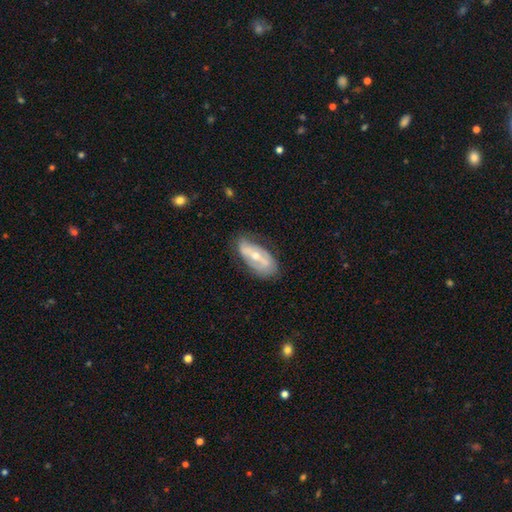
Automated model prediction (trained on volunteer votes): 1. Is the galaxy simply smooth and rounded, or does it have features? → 68% featured or disk, 26% smooth, 6% star or artifact.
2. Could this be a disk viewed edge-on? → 87% no, 13% yes.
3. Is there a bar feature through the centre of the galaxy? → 46% strong, 30% weak, 24% no.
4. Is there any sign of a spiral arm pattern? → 64% yes, 36% no.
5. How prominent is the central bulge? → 54% moderate, 42% small, 2% large, 1% none, 1% dominant.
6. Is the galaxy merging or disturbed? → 70% none, 22% minor disturbance, 7% major disturbance, 2% merger.